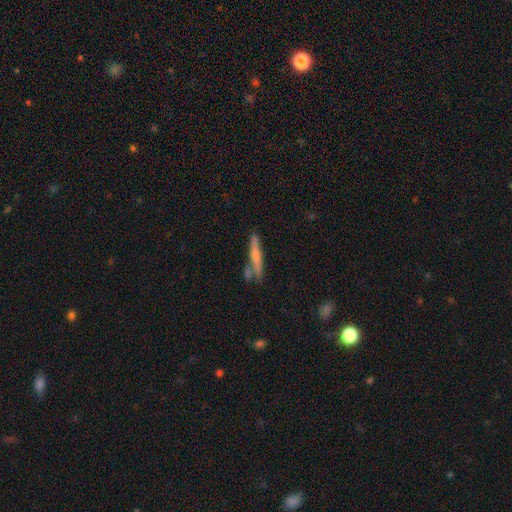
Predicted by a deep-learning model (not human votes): Morphology: type=smooth (51%); roundness=cigar-shaped (93%); merging=none (70%).